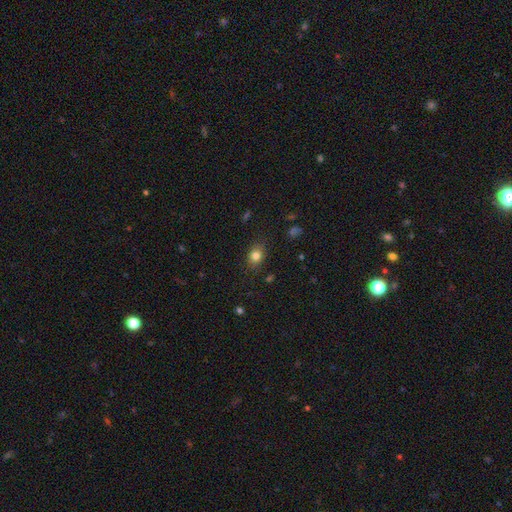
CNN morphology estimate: A smooth galaxy with no disk features (81%) that is in between round and cigar-shaped (56%).

Vote fractions:
- Smooth or featured? smooth: 81% / star or artifact: 12% / featured or disk: 7%
- How rounded? in between: 56% / round: 43% / cigar-shaped: 1%
- Merging? none: 83% / minor disturbance: 13% / major disturbance: 3% / merger: 1%